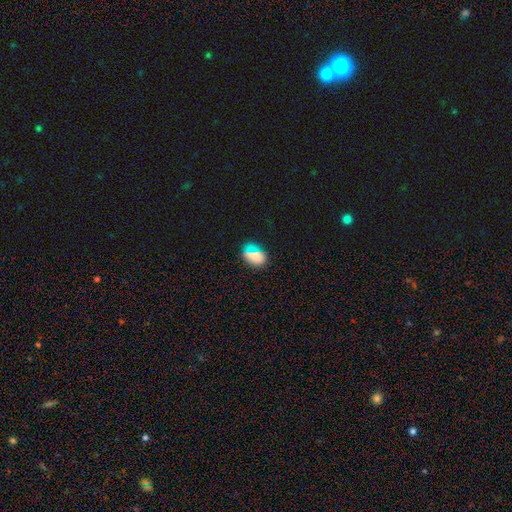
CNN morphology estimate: A smooth galaxy with no disk features (73%) that is in between round and cigar-shaped (74%). Merging: none (84%).